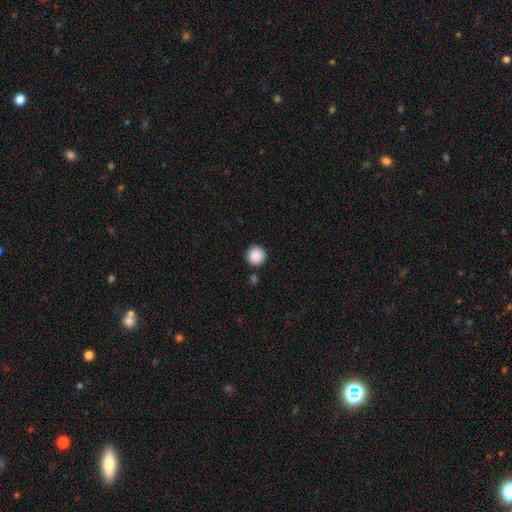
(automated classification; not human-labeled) smooth-or-featured: smooth: 89% | star or artifact: 8% | featured or disk: 3%
  how-rounded: round: 96% | in between: 3% | cigar-shaped: 1%
  merging: none: 88% | minor disturbance: 7% | merger: 3% | major disturbance: 2%